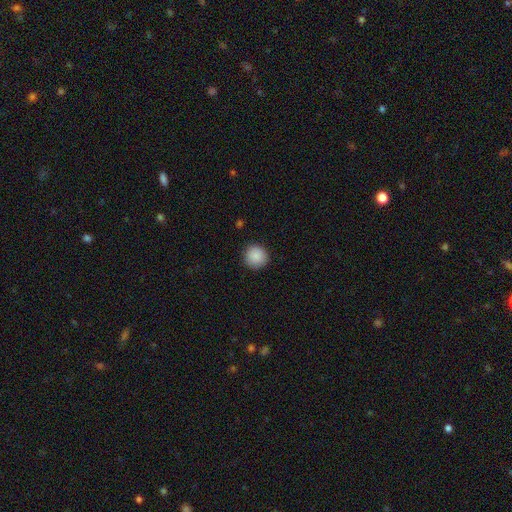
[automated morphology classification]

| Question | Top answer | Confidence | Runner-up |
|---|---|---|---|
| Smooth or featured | smooth | 89% | star or artifact (8%) |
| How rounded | round | 94% | in between (5%) |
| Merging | none | 91% | minor disturbance (6%) |